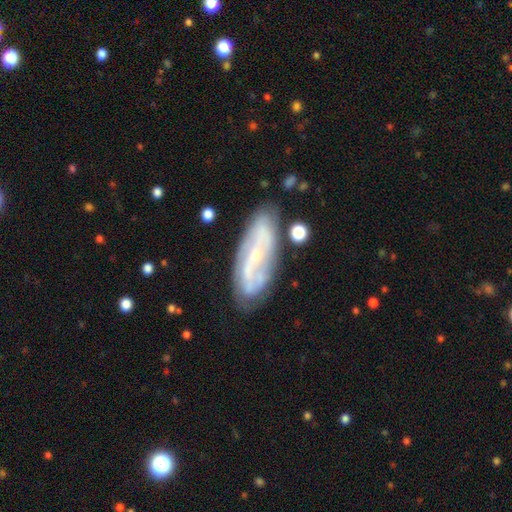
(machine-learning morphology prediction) This appears to be a featured or disk galaxy (75%) with no bar (43%), 2 (61%) medium (39%) spiral arms (87%) and a small central bulge (74%). Merging: none (75%).